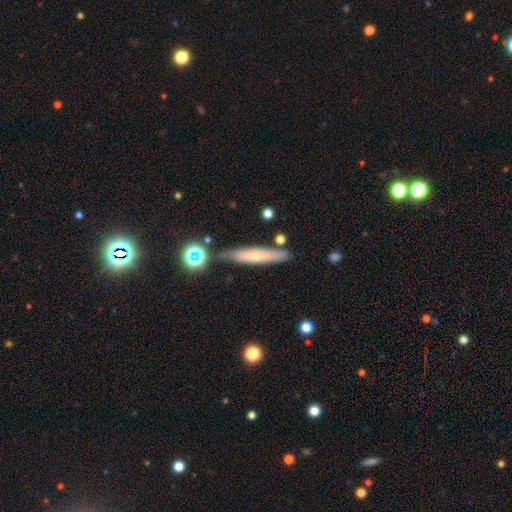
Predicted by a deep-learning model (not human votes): smooth-or-featured: smooth: 58% | featured or disk: 33% | star or artifact: 9%
  how-rounded: cigar-shaped: 89% | in between: 10% | round: 2%
  merging: none: 79% | minor disturbance: 13% | merger: 5% | major disturbance: 3%